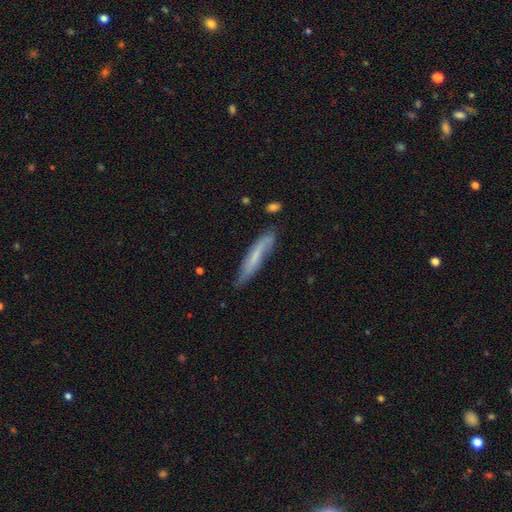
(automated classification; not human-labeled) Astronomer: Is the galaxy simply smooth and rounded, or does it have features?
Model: smooth — 49% (runner-up: featured or disk, 44%).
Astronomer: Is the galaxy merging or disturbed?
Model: none — 64%.